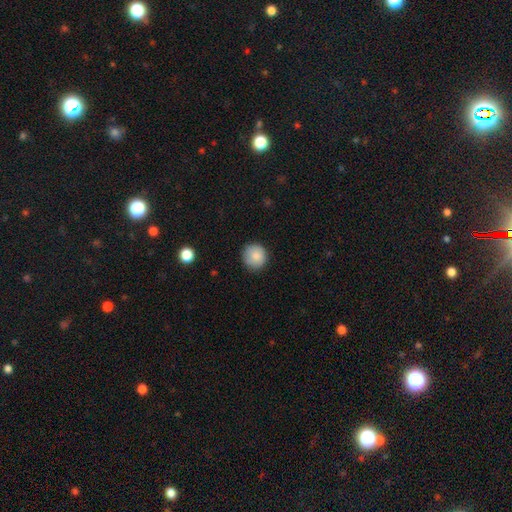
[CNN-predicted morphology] Smooth or featured?
  - smooth: 86% *
  - star or artifact: 8%
  - featured or disk: 6%
How rounded?
  - round: 94% *
  - in between: 5%
  - cigar-shaped: 1%
Merging?
  - none: 87% *
  - minor disturbance: 10%
  - major disturbance: 2%
  - merger: 1%